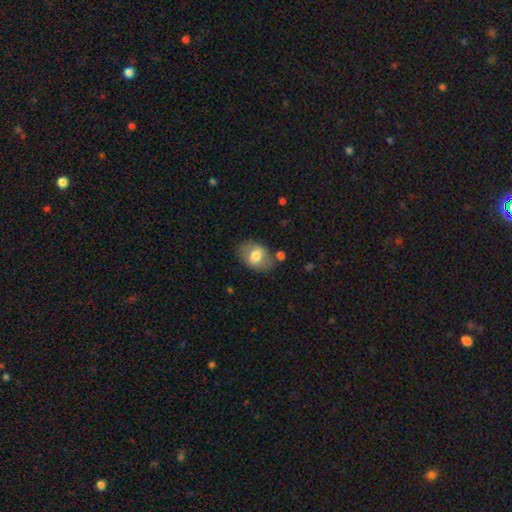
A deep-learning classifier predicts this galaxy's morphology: smooth-or-featured: smooth: 65% | featured or disk: 28% | star or artifact: 7%
  how-rounded: in between: 76% | round: 22% | cigar-shaped: 1%
  merging: none: 72% | minor disturbance: 17% | major disturbance: 6% | merger: 6%